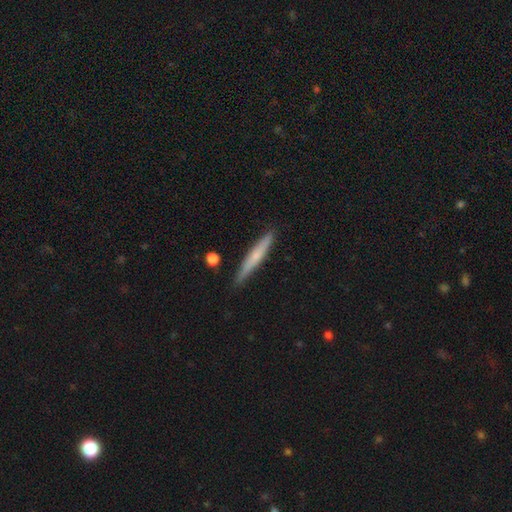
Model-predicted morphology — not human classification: Overall: smooth (54%; featured or disk 40%). How rounded: cigar-shaped (95%). Merging: none (87%).